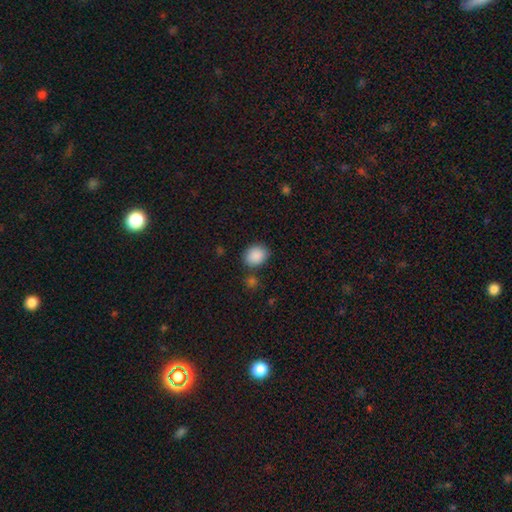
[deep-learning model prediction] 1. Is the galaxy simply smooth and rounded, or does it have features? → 89% smooth, 8% star or artifact, 3% featured or disk.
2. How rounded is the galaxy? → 56% round, 43% in between, 1% cigar-shaped.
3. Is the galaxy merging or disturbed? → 79% none, 11% minor disturbance, 6% merger, 3% major disturbance.